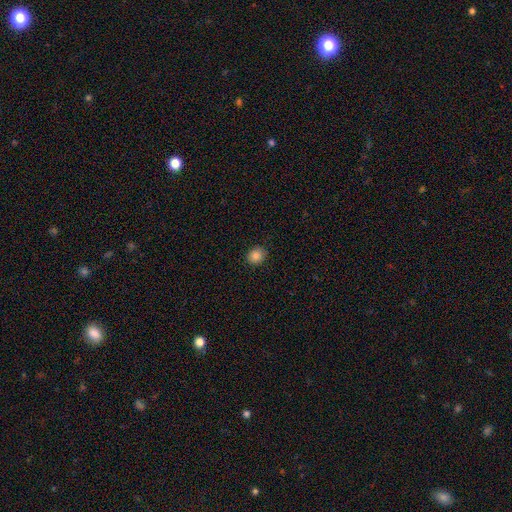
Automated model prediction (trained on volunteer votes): smooth_or_featured: smooth (p=0.85) [alt: star or artifact p=0.10]
how_rounded: round (p=0.70) [alt: in between p=0.29]
merging: none (p=0.90) [alt: minor disturbance p=0.07]